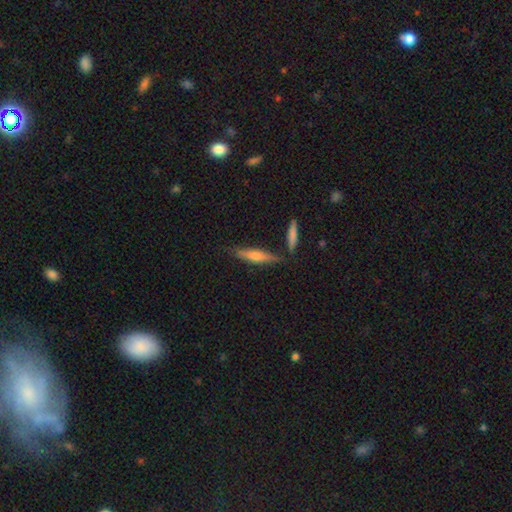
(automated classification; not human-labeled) Smooth or featured? smooth (52%)
How rounded? cigar-shaped (83%)
Merging? none (77%)